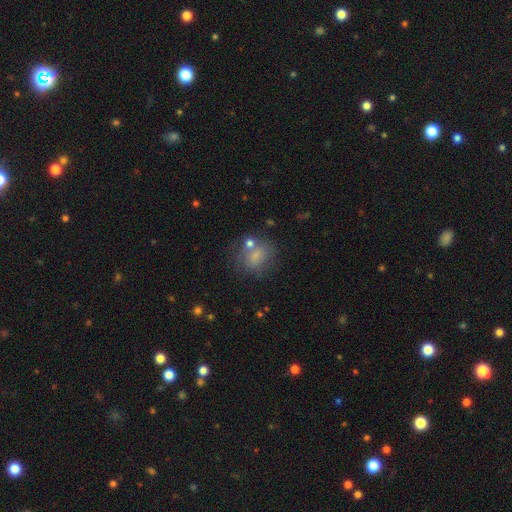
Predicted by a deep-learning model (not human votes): Overall: smooth (66%). How rounded: round (54%; in between 44%). Merging: none (56%; minor disturbance 18%).